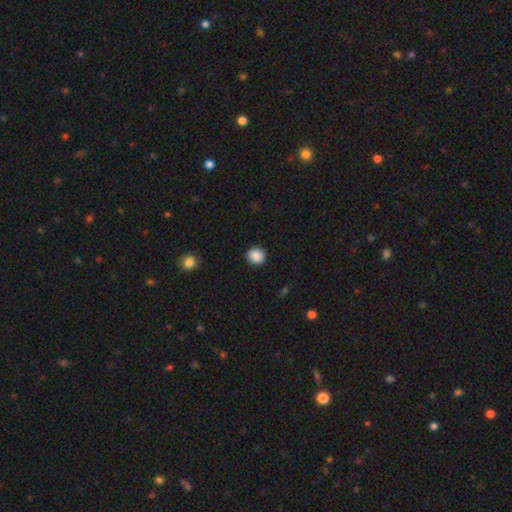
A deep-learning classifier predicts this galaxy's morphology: Q: Smooth or featured?
A: smooth (87%); runner-up: star or artifact (9%)
Q: How rounded?
A: round (84%); runner-up: in between (15%)
Q: Merging?
A: none (89%); runner-up: minor disturbance (8%)